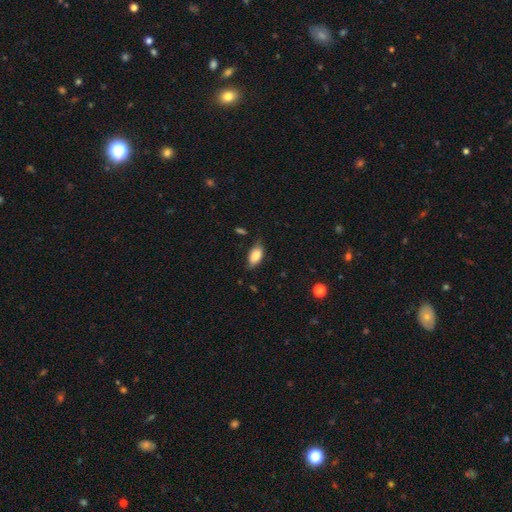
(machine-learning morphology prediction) This is clearly a smooth galaxy (83%). How rounded: clearly in between (92%). Merging: likely none (68%).